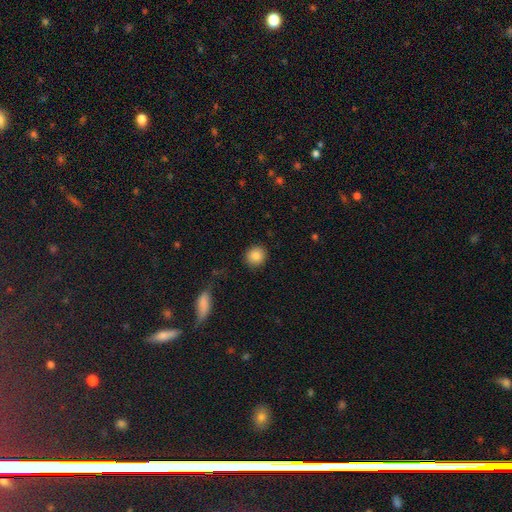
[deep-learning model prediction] This is clearly a smooth galaxy (87%). How rounded: clearly round (87%). Merging: clearly none (89%).